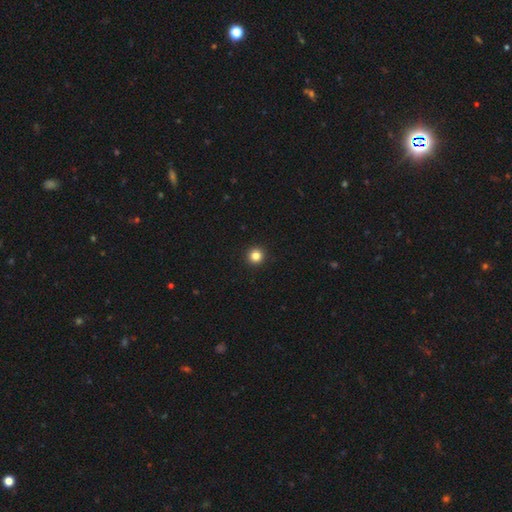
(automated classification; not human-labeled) smooth 83%, star or artifact 12%, featured or disk 4%. Down the decision tree: how rounded — round (95%); merging — none (94%).